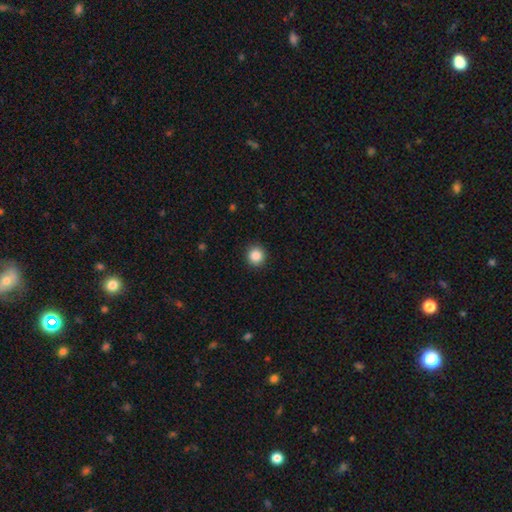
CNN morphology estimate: Smooth or featured: smooth — 87% (star or artifact — 10%)
How rounded: round — 93% (in between — 6%)
Merging: none — 91% (minor disturbance — 6%)